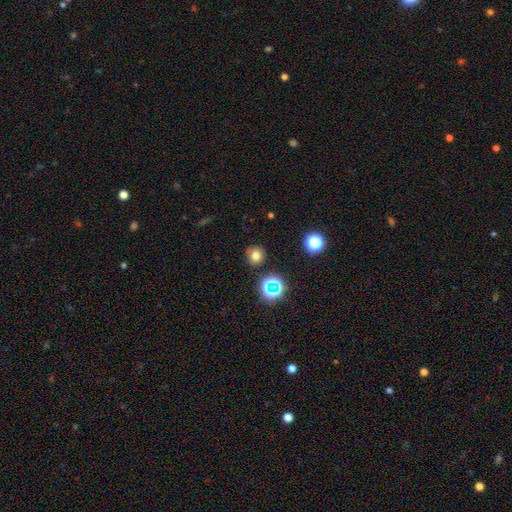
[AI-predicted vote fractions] This is likely a smooth galaxy (72%). How rounded: clearly round (86%). Merging: clearly none (86%).